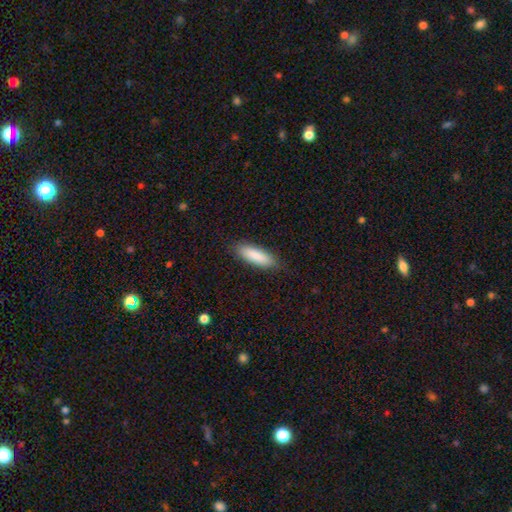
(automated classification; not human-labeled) A smooth galaxy with no disk features (87%) that is in between round and cigar-shaped (53%). Merging: none (85%).